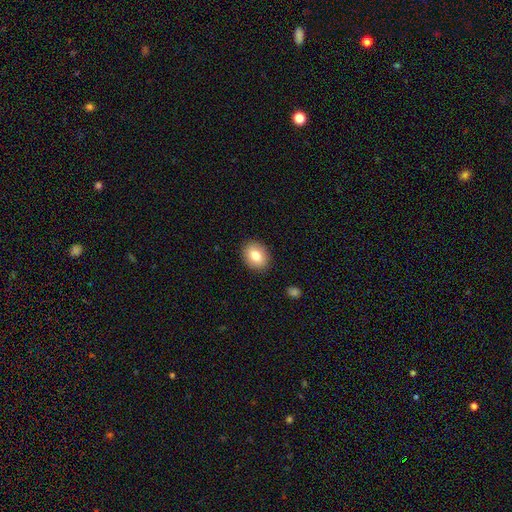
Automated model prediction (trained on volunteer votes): Smooth or featured? Predicted: smooth (p=0.81). How rounded? Predicted: in between (p=0.54). Merging? Predicted: none (p=0.89).